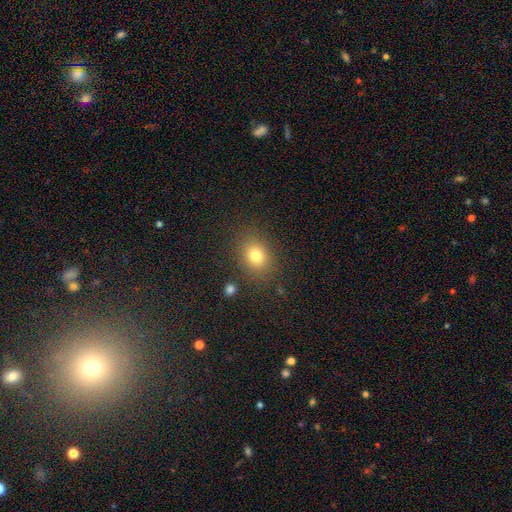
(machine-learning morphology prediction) Smooth or featured?
  - smooth: 78% *
  - star or artifact: 13%
  - featured or disk: 9%
How rounded?
  - in between: 50% *
  - round: 49%
  - cigar-shaped: 1%
Merging?
  - none: 83% *
  - minor disturbance: 10%
  - major disturbance: 4%
  - merger: 2%